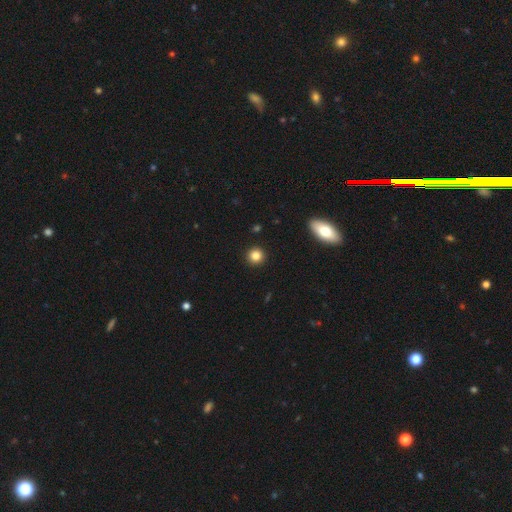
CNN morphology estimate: smooth-or-featured: smooth: 84% | star or artifact: 11% | featured or disk: 4%
  how-rounded: round: 94% | in between: 5% | cigar-shaped: 1%
  merging: none: 93% | minor disturbance: 4% | major disturbance: 2% | merger: 1%